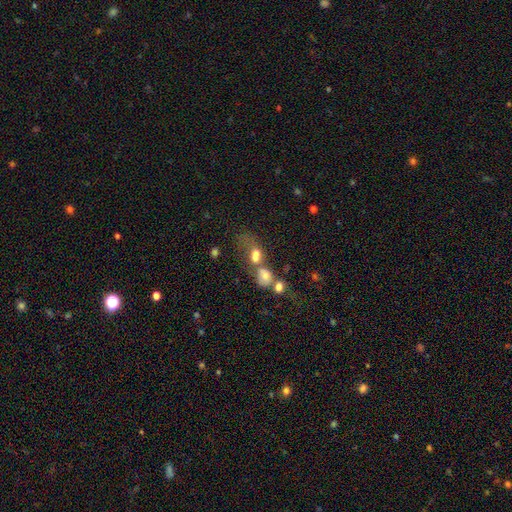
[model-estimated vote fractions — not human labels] Overall: smooth (61%; featured or disk 24%). How rounded: in between (65%; round 31%). Merging: merger (63%).